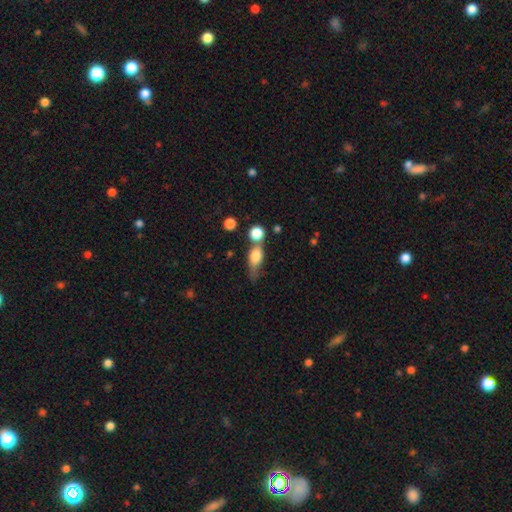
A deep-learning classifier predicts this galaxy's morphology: This is likely a smooth galaxy (74%). How rounded: likely in between (65%). Merging: marginally merger (34%).